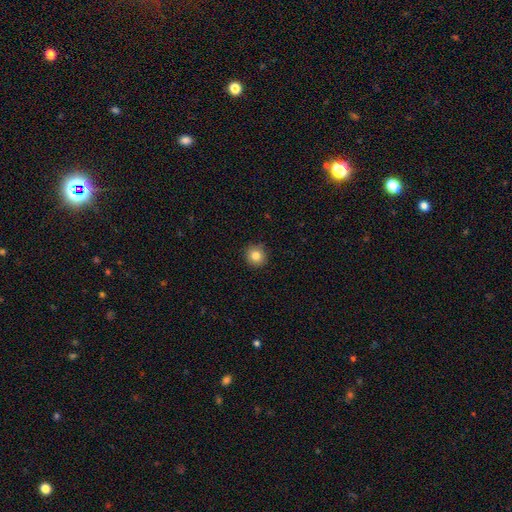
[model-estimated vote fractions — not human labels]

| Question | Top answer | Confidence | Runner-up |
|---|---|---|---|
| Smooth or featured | smooth | 83% | star or artifact (10%) |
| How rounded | round | 92% | in between (7%) |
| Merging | none | 90% | minor disturbance (8%) |